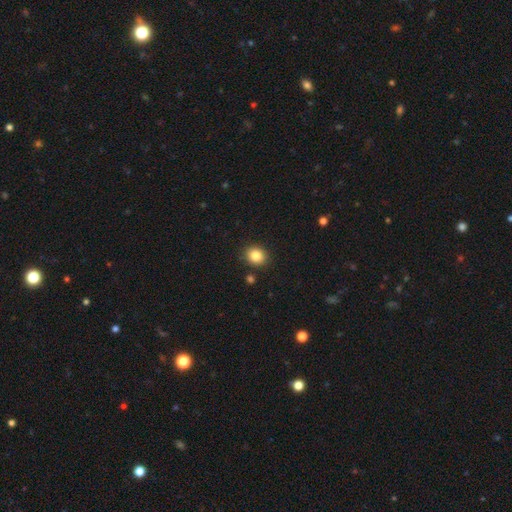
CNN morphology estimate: Smooth or featured: smooth — 85% (star or artifact — 10%)
How rounded: round — 71% (in between — 28%)
Merging: none — 89% (minor disturbance — 7%)